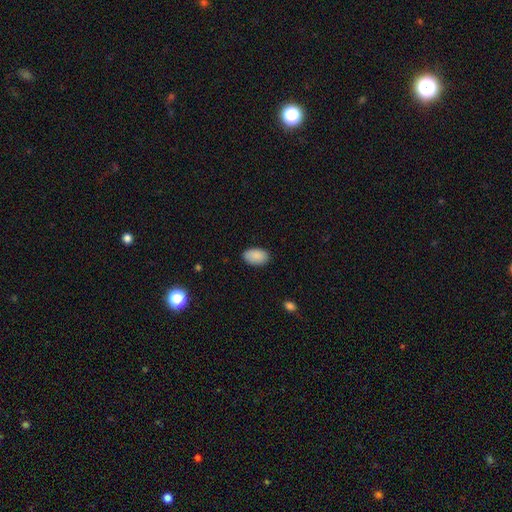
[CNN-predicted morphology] Overall: smooth (89%). How rounded: in between (92%). Merging: none (87%).